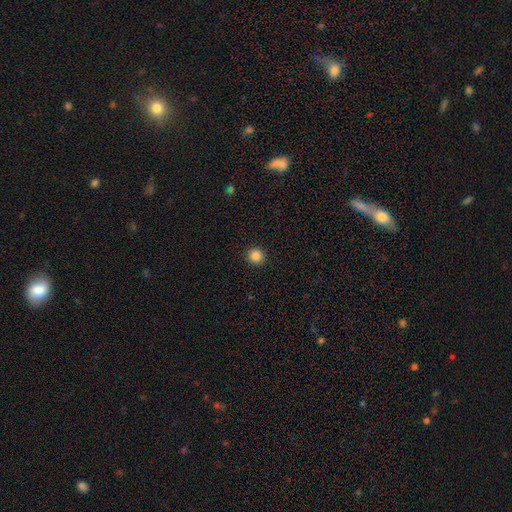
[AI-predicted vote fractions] Q: Smooth or featured?
A: smooth (86%); runner-up: star or artifact (11%)
Q: How rounded?
A: round (94%); runner-up: in between (5%)
Q: Merging?
A: none (93%); runner-up: minor disturbance (5%)